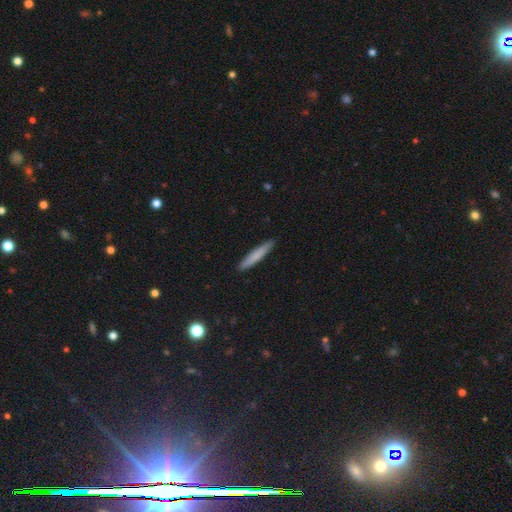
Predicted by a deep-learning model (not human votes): This appears to be a smooth galaxy with no disk features (77%) that is cigar-shaped (94%). Merging: none (90%).